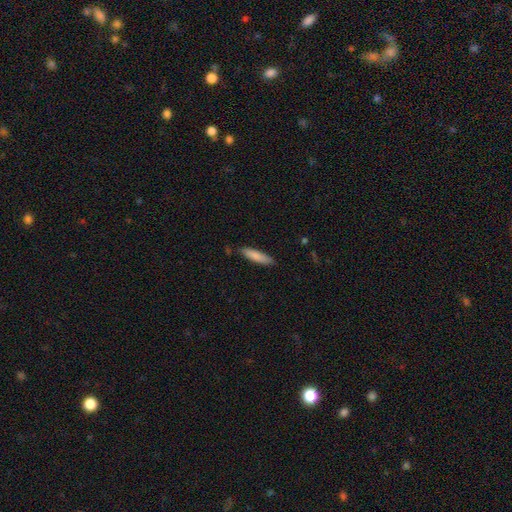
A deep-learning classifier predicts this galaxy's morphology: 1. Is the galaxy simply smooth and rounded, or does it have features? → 84% smooth, 10% featured or disk, 6% star or artifact.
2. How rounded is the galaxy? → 76% cigar-shaped, 23% in between, 1% round.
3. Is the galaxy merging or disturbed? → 83% none, 13% minor disturbance, 2% major disturbance, 2% merger.